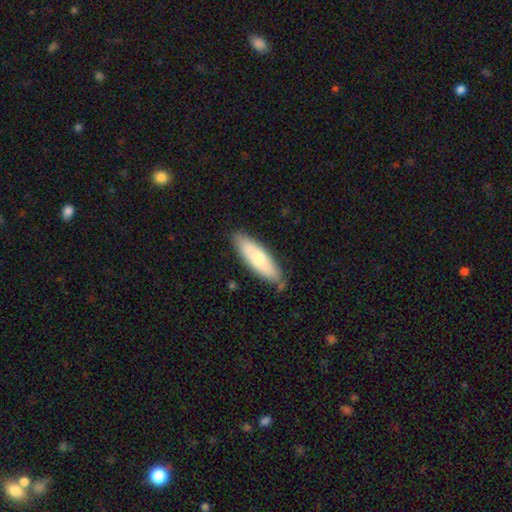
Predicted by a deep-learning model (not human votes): smooth_or_featured: smooth (p=0.67) [alt: featured or disk p=0.28]
how_rounded: cigar-shaped (p=0.51) [alt: in between p=0.48]
merging: none (p=0.82) [alt: minor disturbance p=0.13]